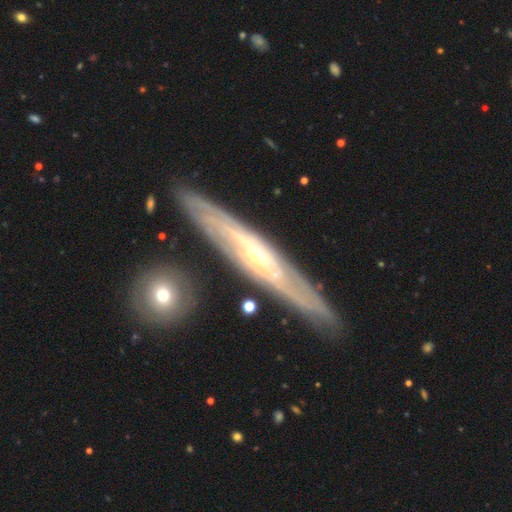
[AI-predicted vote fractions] A featured or disk galaxy (84%) viewed edge-on (62%) with a rounded central bulge (66%).

Vote fractions:
- Smooth or featured? featured or disk: 84% / smooth: 11% / star or artifact: 5%
- Edge-on disk? yes: 62% / no: 38%
- Edge-on bulge? rounded: 66% / none: 31% / boxy: 2%
- Merging? none: 84% / minor disturbance: 10% / merger: 3% / major disturbance: 2%